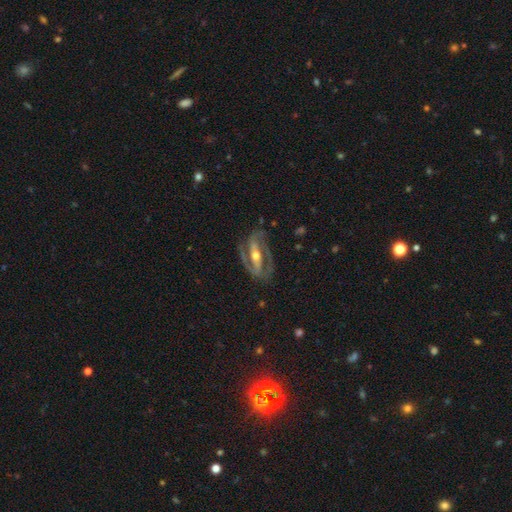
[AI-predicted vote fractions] smooth_or_featured: featured or disk (p=0.88) [alt: smooth p=0.08]
disk_edge_on: no (p=0.91) [alt: yes p=0.09]
bar: strong (p=0.61) [alt: weak p=0.22]
has_spiral_arms: yes (p=0.91) [alt: no p=0.09]
spiral_winding: medium (p=0.51) [alt: tight p=0.33]
spiral_arm_count: 2 (p=0.90) [alt: can't tell p=0.04]
bulge_size: moderate (p=0.69) [alt: small p=0.23]
merging: none (p=0.76) [alt: minor disturbance p=0.14]